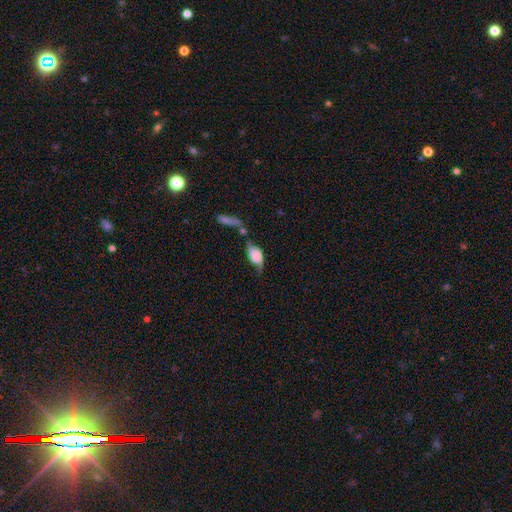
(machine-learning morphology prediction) This is possibly a smooth galaxy (46%). Merging: marginally none (30%).